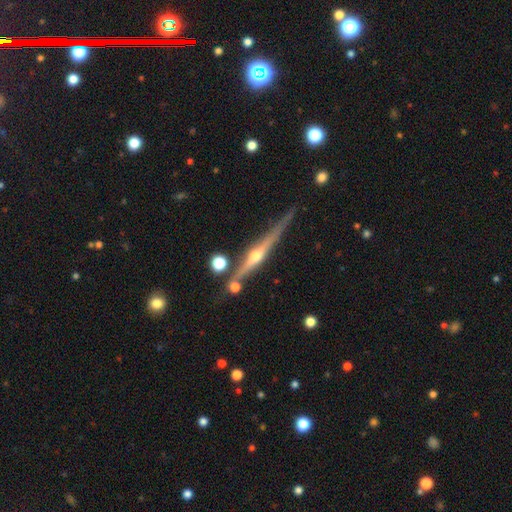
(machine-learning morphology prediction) A featured or disk galaxy (85%) viewed edge-on (98%) with a rounded central bulge (93%). Merging: none (78%).